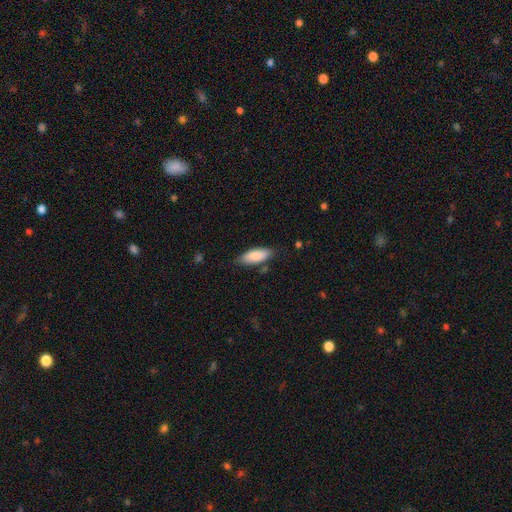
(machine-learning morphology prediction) A smooth galaxy with no disk features (85%) that is in between round and cigar-shaped (78%). Merging: none (77%).